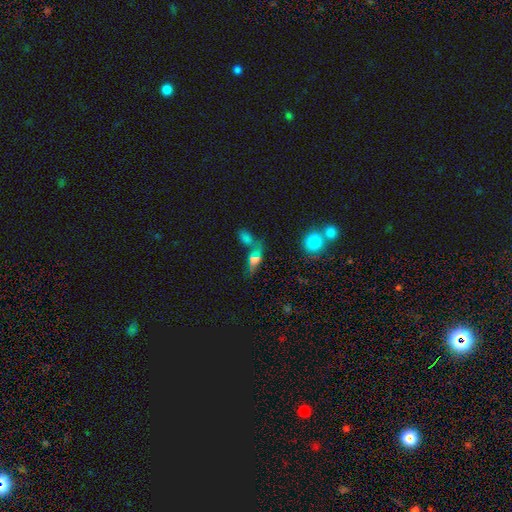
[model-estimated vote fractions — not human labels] smooth_or_featured: smooth (p=0.47) [alt: featured or disk p=0.29]
merging: none (p=0.45) [alt: merger p=0.31]